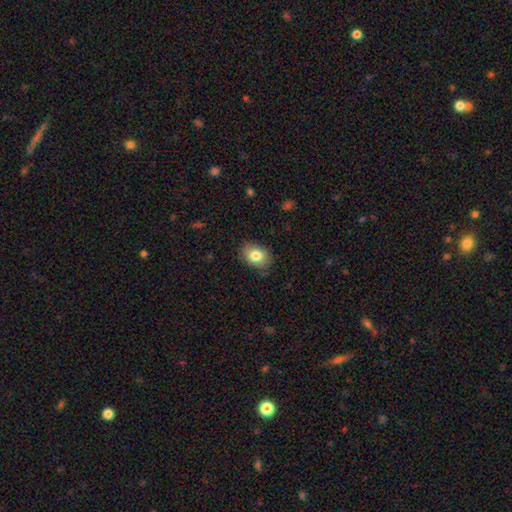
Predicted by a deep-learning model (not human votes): The model was most divided on "how rounded": in between: 75%, round: 24%, cigar-shaped: 1%. More confident: merging — none (83%); smooth or featured — smooth (80%).